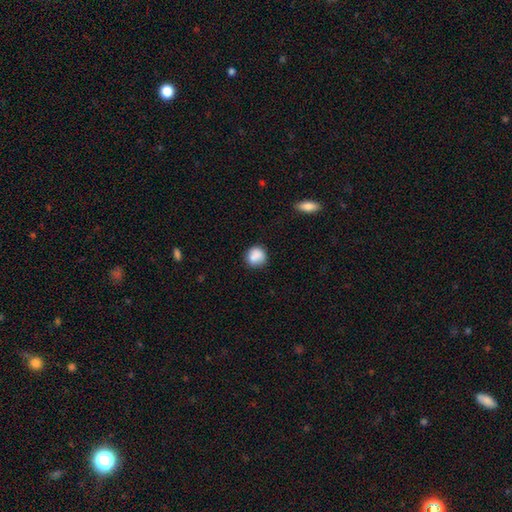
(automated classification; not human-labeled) Smooth or featured? smooth (85%)
How rounded? round (83%)
Merging? none (71%)